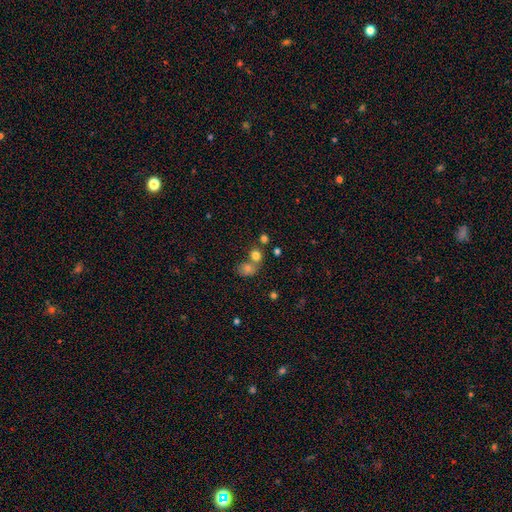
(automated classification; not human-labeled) Q: Smooth or featured?
A: smooth (77%); runner-up: star or artifact (14%)
Q: How rounded?
A: round (73%); runner-up: in between (26%)
Q: Merging?
A: merger (45%); runner-up: none (44%)